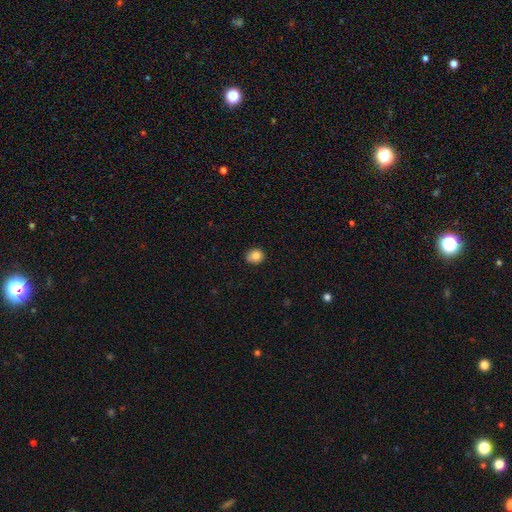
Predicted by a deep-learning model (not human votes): A smooth galaxy with no disk features (84%) that is round (73%). Merging: none (83%).